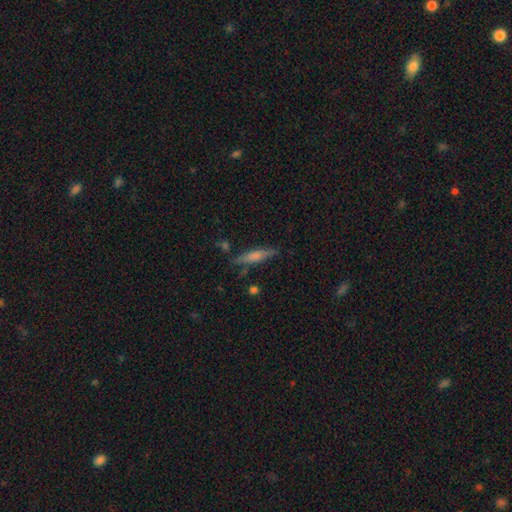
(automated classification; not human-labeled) Smooth or featured: smooth — 47% (featured or disk — 45%)
Merging: none — 80% (minor disturbance — 13%)